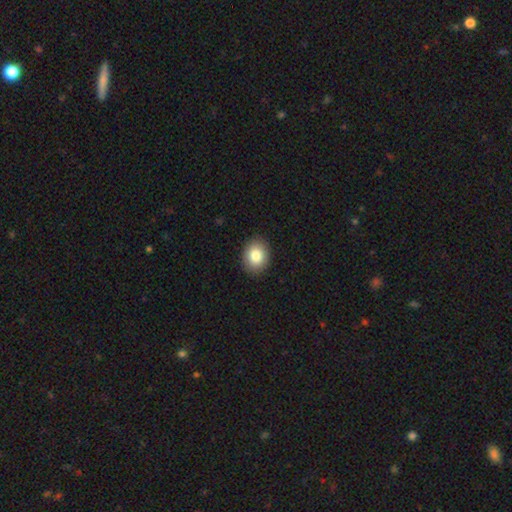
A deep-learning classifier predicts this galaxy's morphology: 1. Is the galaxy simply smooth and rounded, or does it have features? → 83% smooth, 8% featured or disk, 8% star or artifact.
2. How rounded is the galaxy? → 53% in between, 46% round, 1% cigar-shaped.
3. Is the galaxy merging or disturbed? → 90% none, 8% minor disturbance, 2% major disturbance, 1% merger.